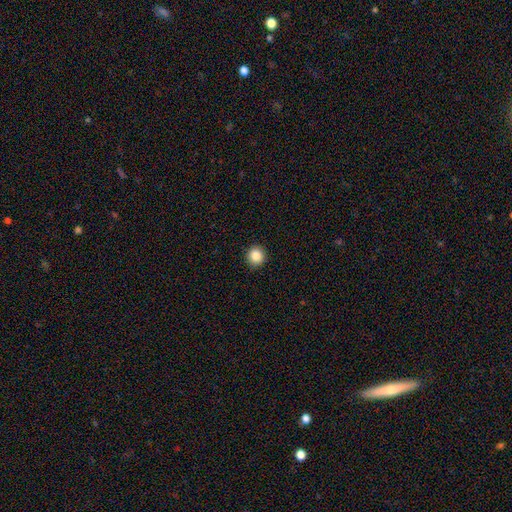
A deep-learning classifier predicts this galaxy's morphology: A smooth galaxy with no disk features (87%) that is round (91%).

Vote fractions:
- Smooth or featured? smooth: 87% / star or artifact: 9% / featured or disk: 4%
- How rounded? round: 91% / in between: 8% / cigar-shaped: 1%
- Merging? none: 92% / minor disturbance: 5% / major disturbance: 2% / merger: 1%